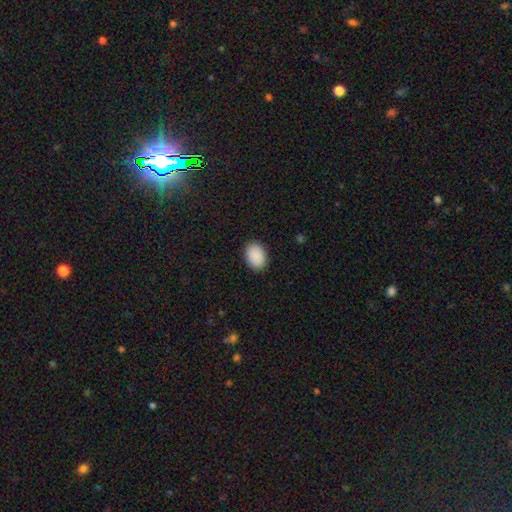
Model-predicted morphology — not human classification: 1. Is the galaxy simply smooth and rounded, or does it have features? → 91% smooth, 7% star or artifact, 3% featured or disk.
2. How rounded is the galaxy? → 78% in between, 21% round, 1% cigar-shaped.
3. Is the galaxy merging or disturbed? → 89% none, 8% minor disturbance, 2% major disturbance, 1% merger.